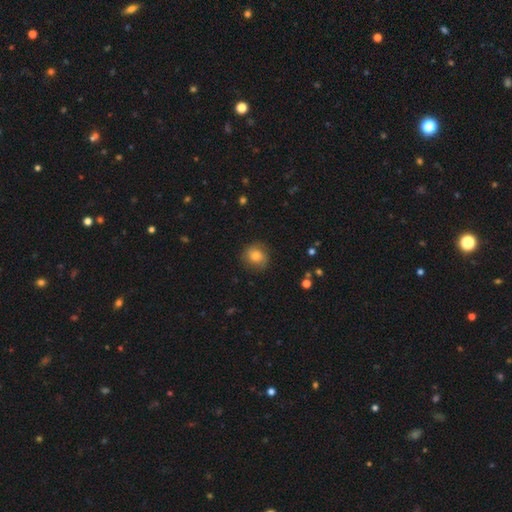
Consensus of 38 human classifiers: smooth-or-featured: smooth: 92% | featured or disk: 5% | star or artifact: 3%
  how-rounded: round: 89% | in between: 11% | cigar-shaped: 0%
  merging: none: 92% | major disturbance: 5% | minor disturbance: 3% | merger: 0%